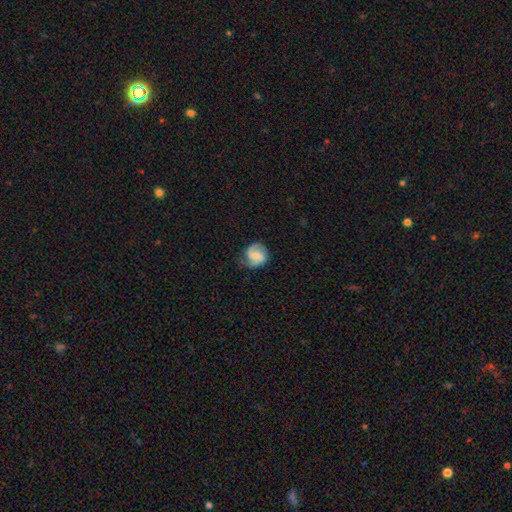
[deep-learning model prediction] Smooth or featured?
  - featured or disk: 76% *
  - smooth: 18%
  - star or artifact: 6%
Edge-on disk?
  - no: 98% *
  - yes: 2%
Bar?
  - weak: 50% *
  - no: 29%
  - strong: 21%
Spiral arms?
  - yes: 96% *
  - no: 4%
Spiral winding?
  - medium: 49% *
  - tight: 27%
  - loose: 23%
Spiral arm count?
  - 2: 85% *
  - 1: 8%
  - can't tell: 4%
  - 3: 2%
  - 4: 1%
  - more than 4: 1%
Bulge size?
  - none: 38% *
  - small: 31%
  - moderate: 23%
  - large: 6%
  - dominant: 1%
Merging?
  - none: 72% *
  - minor disturbance: 19%
  - major disturbance: 8%
  - merger: 1%